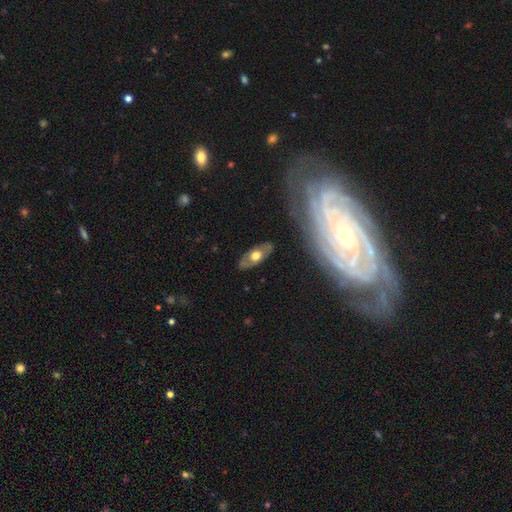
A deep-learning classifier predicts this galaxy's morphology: A featured or disk galaxy (50%).

Vote fractions:
- Smooth or featured? featured or disk: 50% / smooth: 43% / star or artifact: 6%
- Edge-on disk? no: 73% / yes: 27%
- Merging? none: 82% / minor disturbance: 13% / major disturbance: 3% / merger: 2%